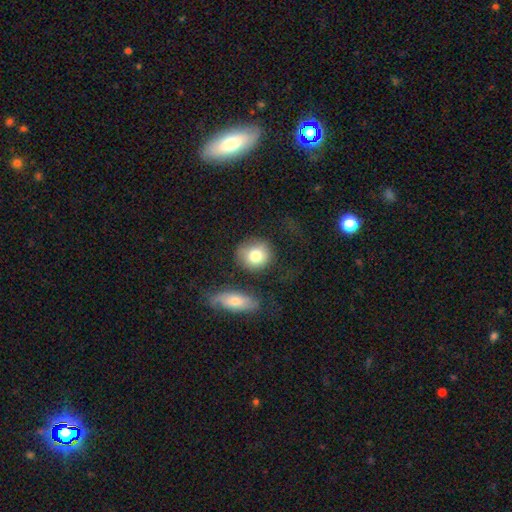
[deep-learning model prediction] A smooth galaxy with no disk features (79%) that is round (79%).

Vote fractions:
- Smooth or featured? smooth: 79% / featured or disk: 14% / star or artifact: 7%
- How rounded? round: 79% / in between: 20% / cigar-shaped: 1%
- Merging? none: 66% / minor disturbance: 16% / merger: 10% / major disturbance: 9%